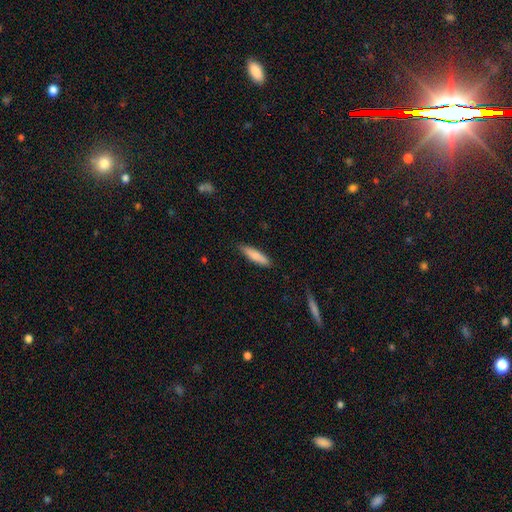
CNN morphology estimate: Smooth or featured?
  - smooth: 84% *
  - featured or disk: 10%
  - star or artifact: 6%
How rounded?
  - cigar-shaped: 77% *
  - in between: 22%
  - round: 1%
Merging?
  - none: 86% *
  - minor disturbance: 11%
  - major disturbance: 2%
  - merger: 1%